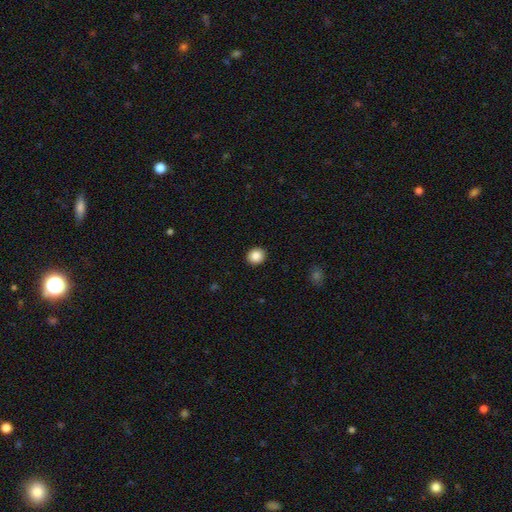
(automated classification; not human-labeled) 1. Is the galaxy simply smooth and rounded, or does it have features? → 87% smooth, 9% star or artifact, 4% featured or disk.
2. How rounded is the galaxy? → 82% round, 17% in between, 1% cigar-shaped.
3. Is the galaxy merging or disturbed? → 93% none, 5% minor disturbance, 2% major disturbance, 1% merger.